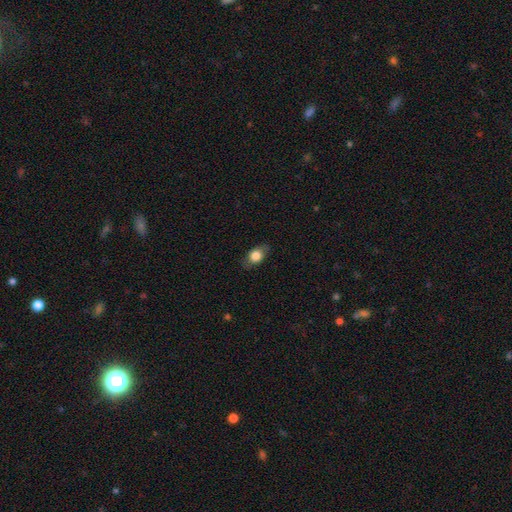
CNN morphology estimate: Smooth or featured? Predicted: smooth (p=0.76). How rounded? Predicted: in between (p=0.74). Merging? Predicted: none (p=0.79).